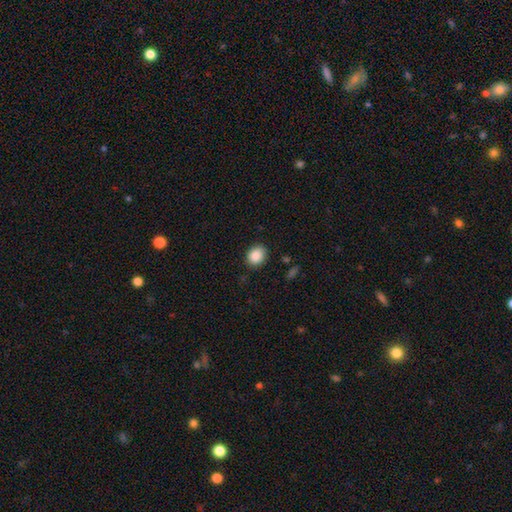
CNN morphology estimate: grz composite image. It shows a smooth galaxy with no disk features (88%) that is round (55%). Merging: none (85%).